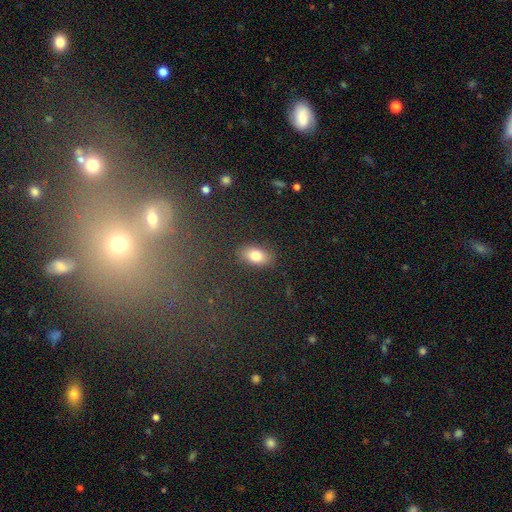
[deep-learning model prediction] A smooth galaxy with no disk features (80%) that is in between round and cigar-shaped (89%).

Vote fractions:
- Smooth or featured? smooth: 80% / featured or disk: 11% / star or artifact: 9%
- How rounded? in between: 89% / round: 8% / cigar-shaped: 3%
- Merging? none: 86% / minor disturbance: 9% / major disturbance: 3% / merger: 2%